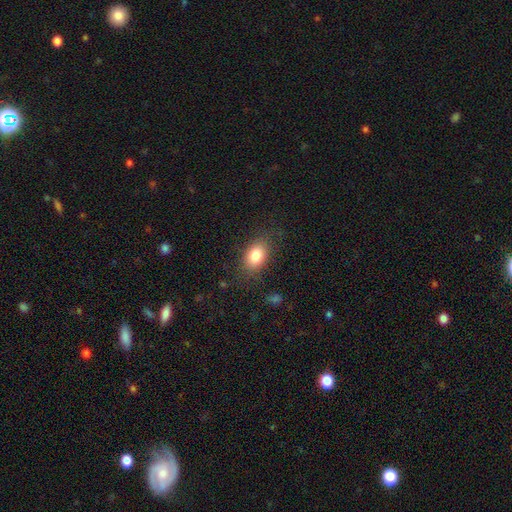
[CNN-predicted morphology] Smooth or featured? Predicted: smooth (p=0.82). How rounded? Predicted: in between (p=0.84). Merging? Predicted: none (p=0.80).